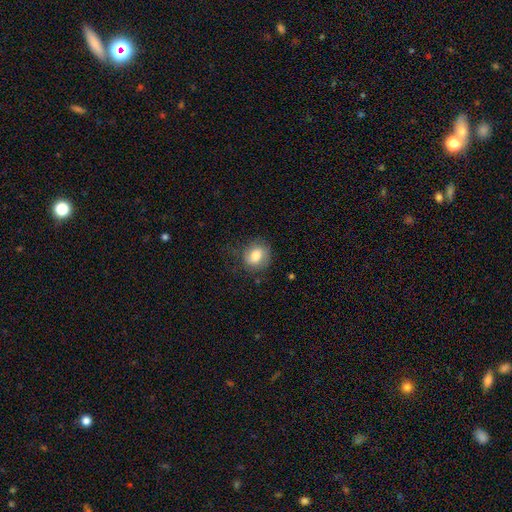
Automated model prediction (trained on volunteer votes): smooth-or-featured: smooth: 76% | featured or disk: 16% | star or artifact: 8%
  how-rounded: round: 57% | in between: 42% | cigar-shaped: 1%
  merging: none: 68% | minor disturbance: 21% | major disturbance: 9% | merger: 1%